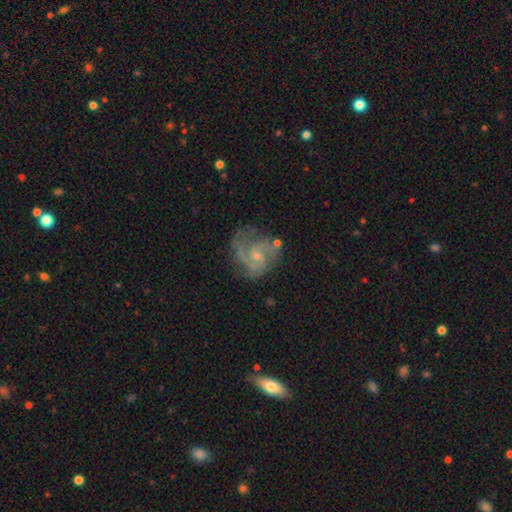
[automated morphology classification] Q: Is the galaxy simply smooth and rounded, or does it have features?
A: featured or disk — 85%.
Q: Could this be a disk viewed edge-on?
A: no — 98%.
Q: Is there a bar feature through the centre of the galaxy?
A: no — 57%.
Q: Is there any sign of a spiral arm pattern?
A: yes — 96%.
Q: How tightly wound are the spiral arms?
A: medium — 50%.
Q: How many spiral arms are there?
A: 2 — 55%.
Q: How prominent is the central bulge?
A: small — 66%.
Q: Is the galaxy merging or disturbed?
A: none — 59%.